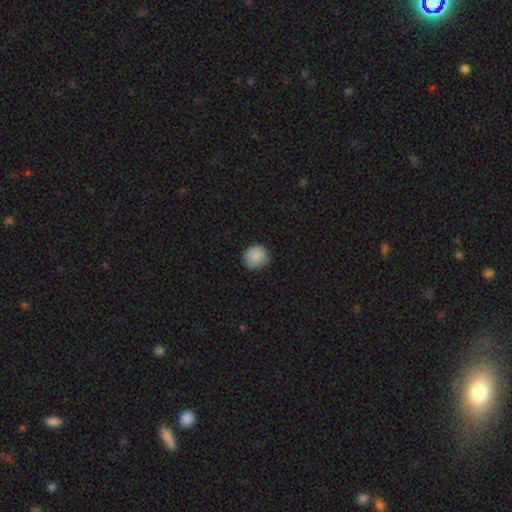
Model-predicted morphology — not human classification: Smooth or featured?
  - smooth: 88% *
  - star or artifact: 8%
  - featured or disk: 4%
How rounded?
  - round: 91% *
  - in between: 8%
  - cigar-shaped: 1%
Merging?
  - none: 86% *
  - minor disturbance: 11%
  - major disturbance: 2%
  - merger: 1%